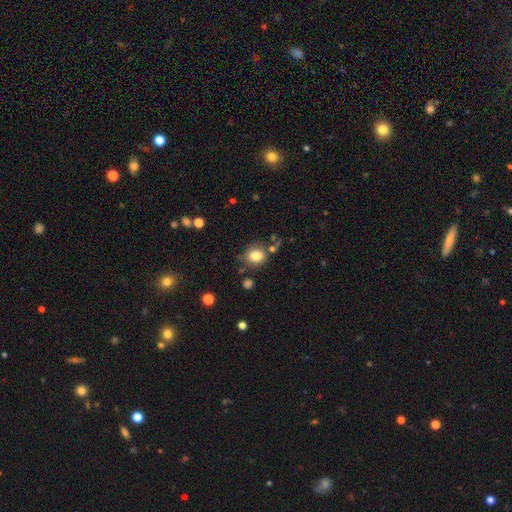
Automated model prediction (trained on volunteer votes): A smooth galaxy with no disk features (81%) that is round (65%).

Vote fractions:
- Smooth or featured? smooth: 81% / star or artifact: 10% / featured or disk: 9%
- How rounded? round: 65% / in between: 34% / cigar-shaped: 1%
- Merging? none: 72% / minor disturbance: 16% / merger: 7% / major disturbance: 5%